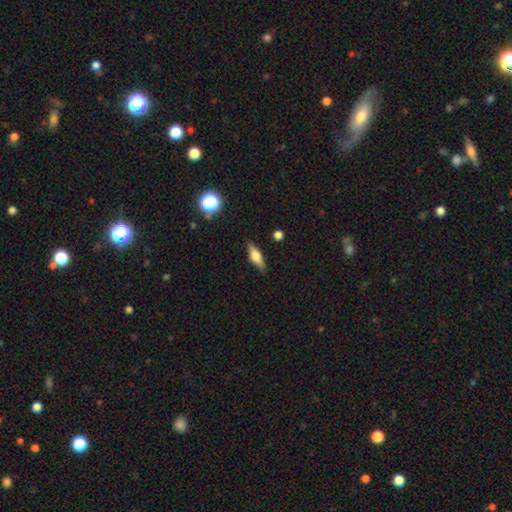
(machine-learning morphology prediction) Smooth or featured: smooth — 50% (featured or disk — 42%)
Merging: none — 86% (minor disturbance — 10%)